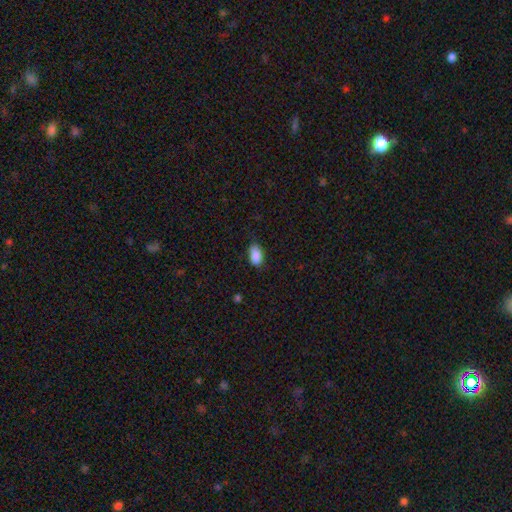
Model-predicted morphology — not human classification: A smooth galaxy with no disk features (89%) that is in between round and cigar-shaped (91%).

Vote fractions:
- Smooth or featured? smooth: 89% / star or artifact: 7% / featured or disk: 4%
- How rounded? in between: 91% / round: 6% / cigar-shaped: 2%
- Merging? none: 74% / minor disturbance: 21% / major disturbance: 4% / merger: 1%